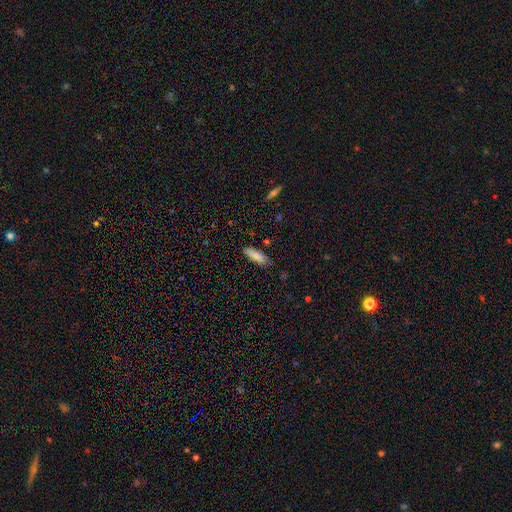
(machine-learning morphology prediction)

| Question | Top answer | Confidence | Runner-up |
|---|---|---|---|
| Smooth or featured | smooth | 85% | featured or disk (8%) |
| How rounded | cigar-shaped | 49% | tied: in between (49%) |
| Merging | none | 80% | minor disturbance (16%) |